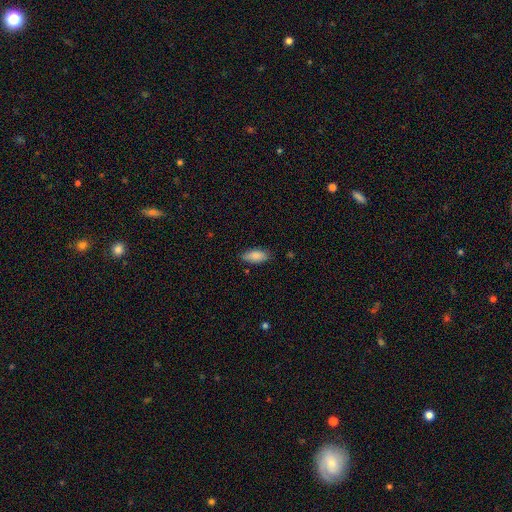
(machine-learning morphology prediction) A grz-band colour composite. It shows a smooth galaxy with no disk features (86%) that is in between round and cigar-shaped (86%). Merging: none (81%).